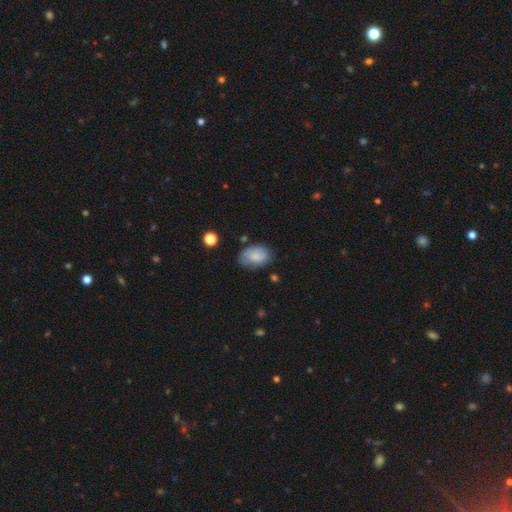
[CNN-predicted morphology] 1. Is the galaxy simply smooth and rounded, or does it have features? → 72% smooth, 20% featured or disk, 8% star or artifact.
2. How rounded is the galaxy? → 84% in between, 14% round, 1% cigar-shaped.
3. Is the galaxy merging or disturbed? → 60% none, 28% minor disturbance, 8% major disturbance, 3% merger.